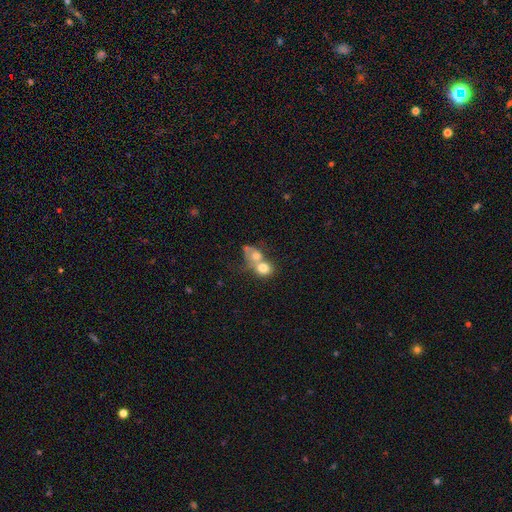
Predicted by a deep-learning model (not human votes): This is likely a smooth galaxy (68%). How rounded: possibly round (58%). Merging: likely merger (72%).